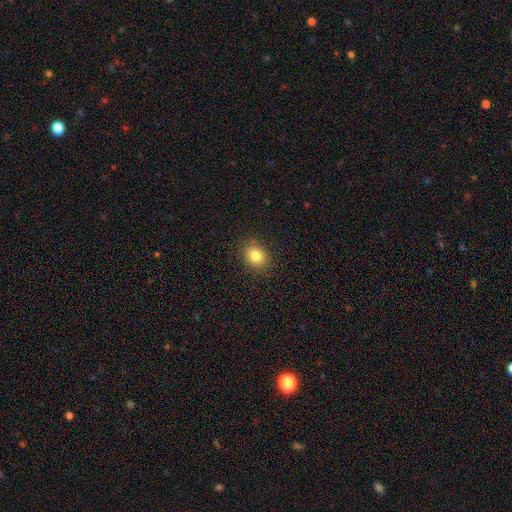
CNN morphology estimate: This appears to be a smooth galaxy with no disk features (83%) that is in between round and cigar-shaped (53%). Merging: none (87%).